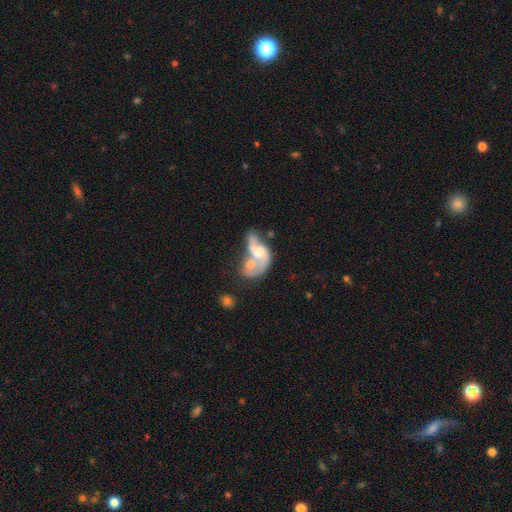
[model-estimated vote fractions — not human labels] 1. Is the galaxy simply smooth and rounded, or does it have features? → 66% featured or disk, 25% smooth, 9% star or artifact.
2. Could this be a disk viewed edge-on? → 96% no, 4% yes.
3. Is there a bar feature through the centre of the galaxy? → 66% no, 27% weak, 7% strong.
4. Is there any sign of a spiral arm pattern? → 67% yes, 33% no.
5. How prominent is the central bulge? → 48% moderate, 24% small, 14% none, 12% large, 2% dominant.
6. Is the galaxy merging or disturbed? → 64% merger, 16% major disturbance, 13% none, 7% minor disturbance.